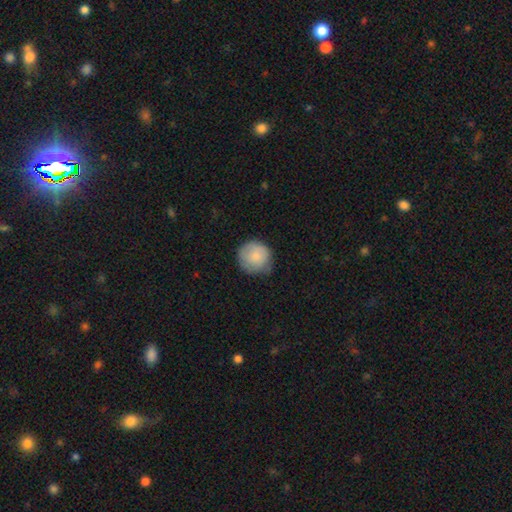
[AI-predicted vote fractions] Overall: smooth (82%). How rounded: round (92%). Merging: none (65%; minor disturbance 28%).